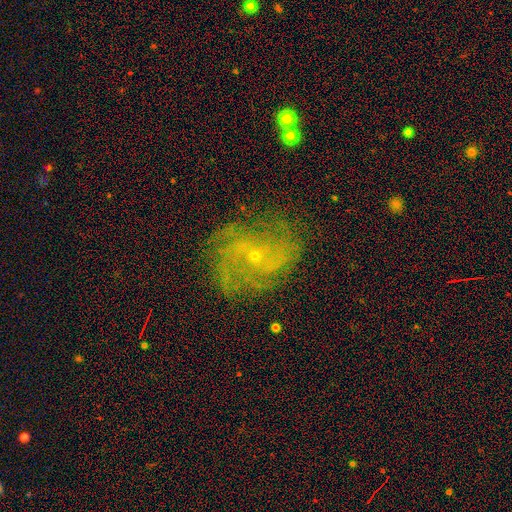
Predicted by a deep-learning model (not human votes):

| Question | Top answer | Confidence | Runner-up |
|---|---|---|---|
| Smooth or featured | featured or disk | 74% | star or artifact (13%) |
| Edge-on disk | no | 98% | yes (2%) |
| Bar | no | 70% | weak (25%) |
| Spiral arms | yes | 91% | no (9%) |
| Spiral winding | medium | 44% | tight (31%) |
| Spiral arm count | can't tell | 29% | 2 (25%) |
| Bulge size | small | 82% | moderate (13%) |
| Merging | none | 70% | minor disturbance (18%) |